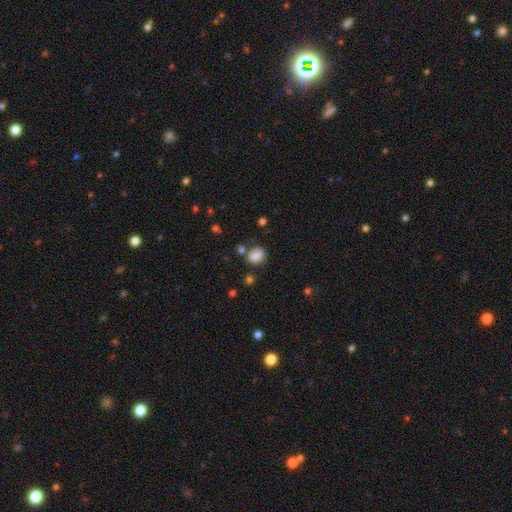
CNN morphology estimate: This appears to be a smooth galaxy with no disk features (85%) that is round (62%). Merging: none (73%).